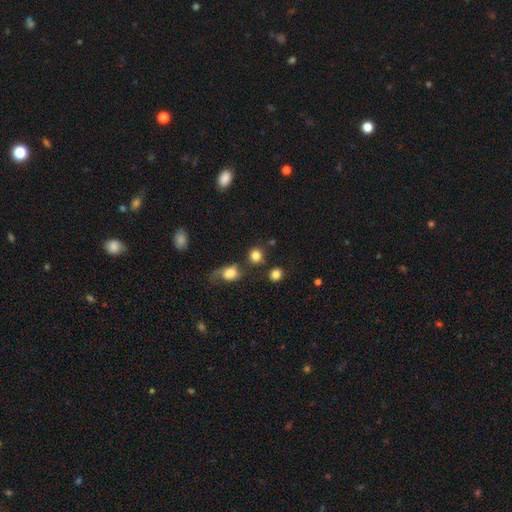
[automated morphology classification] This is clearly a smooth galaxy (82%). How rounded: clearly round (85%). Merging: likely none (70%).